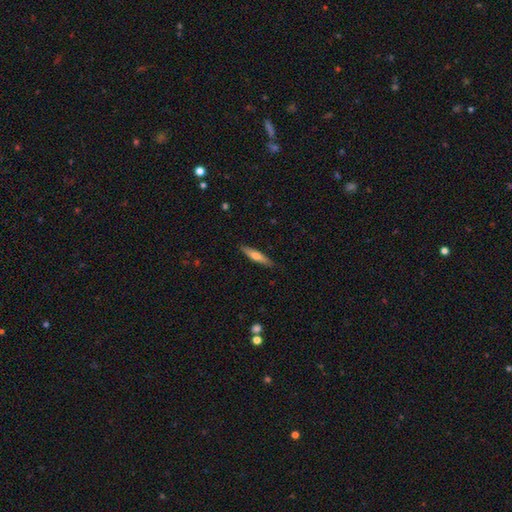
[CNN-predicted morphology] A smooth galaxy with no disk features (55%) that is cigar-shaped (86%).

Vote fractions:
- Smooth or featured? smooth: 55% / featured or disk: 40% / star or artifact: 6%
- How rounded? cigar-shaped: 86% / in between: 12% / round: 2%
- Merging? none: 88% / minor disturbance: 9% / major disturbance: 2% / merger: 1%